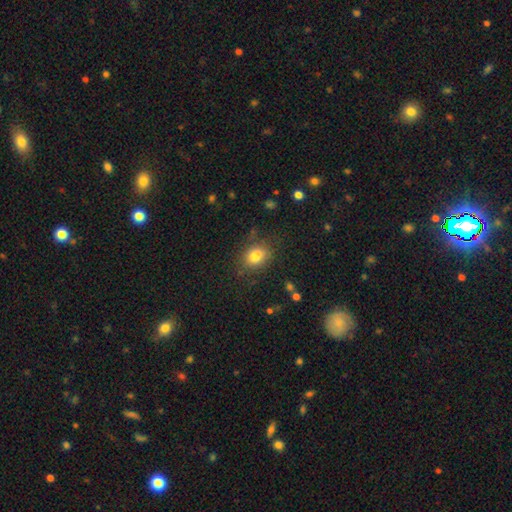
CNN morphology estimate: Smooth or featured? smooth (81%)
How rounded? in between (62%)
Merging? none (75%)